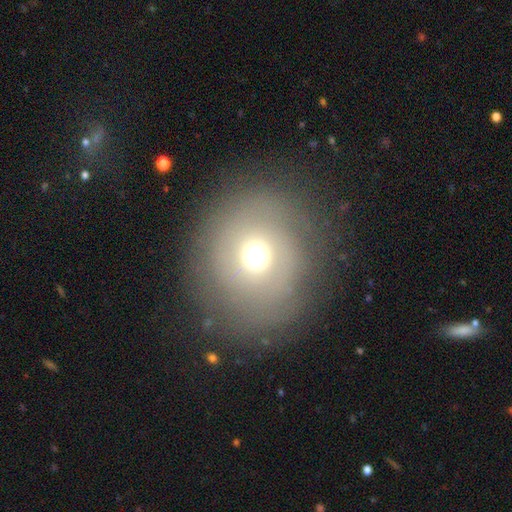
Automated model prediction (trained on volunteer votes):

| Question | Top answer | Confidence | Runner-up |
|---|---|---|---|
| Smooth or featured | smooth | 61% | star or artifact (21%) |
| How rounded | round | 80% | in between (19%) |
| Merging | none | 73% | minor disturbance (13%) |